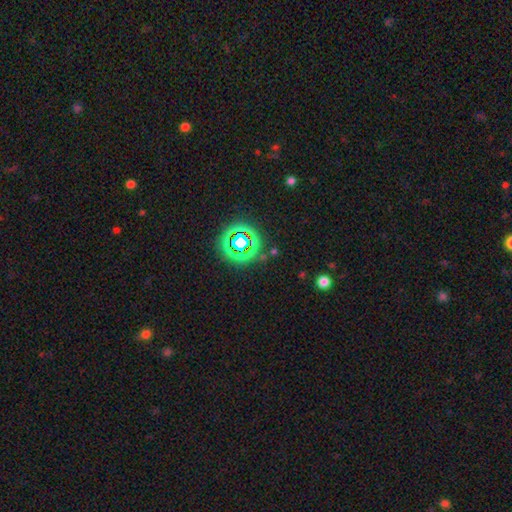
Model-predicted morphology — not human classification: Overall: star or artifact (55%; smooth 32%).